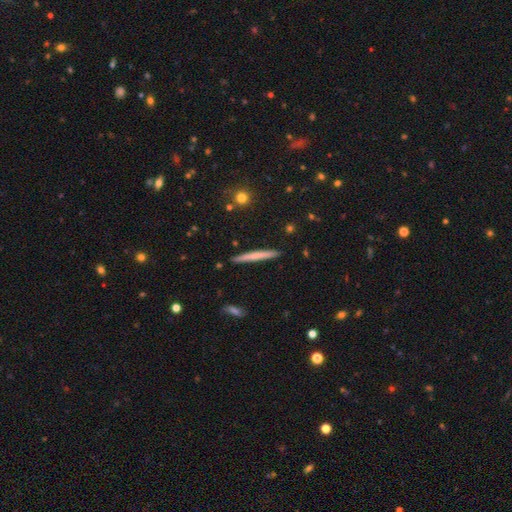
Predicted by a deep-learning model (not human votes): Morphology: type=smooth (59%); roundness=cigar-shaped (97%); merging=none (91%).